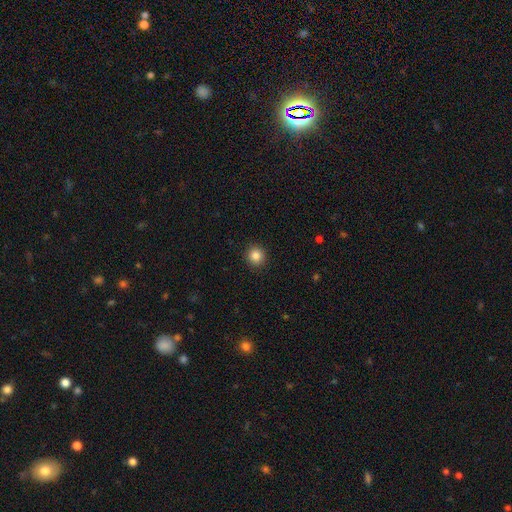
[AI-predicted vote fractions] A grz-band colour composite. It shows a smooth galaxy with no disk features (84%) that is round (92%). Merging: none (92%).